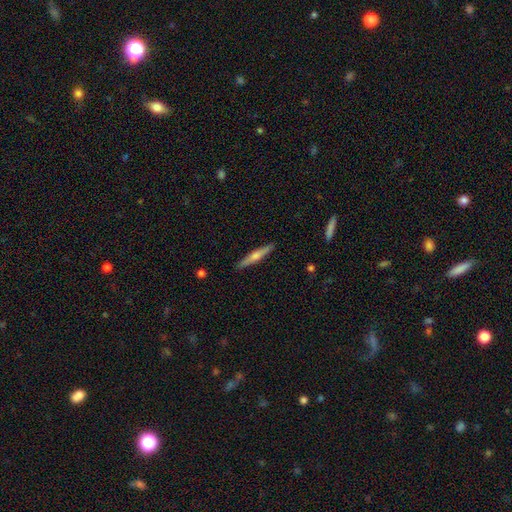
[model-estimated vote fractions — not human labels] A featured or disk galaxy (61%) viewed edge-on (97%) with a rounded central bulge (83%).

Vote fractions:
- Smooth or featured? featured or disk: 61% / smooth: 32% / star or artifact: 6%
- Edge-on disk? yes: 97% / no: 3%
- Edge-on bulge? rounded: 83% / none: 11% / boxy: 6%
- Merging? none: 91% / minor disturbance: 7% / major disturbance: 1% / merger: 1%